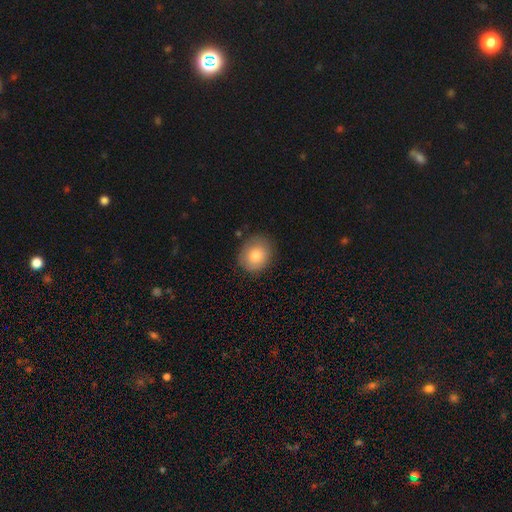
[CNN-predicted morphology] This appears to be a smooth galaxy with no disk features (79%) that is round (76%). Merging: none (84%).